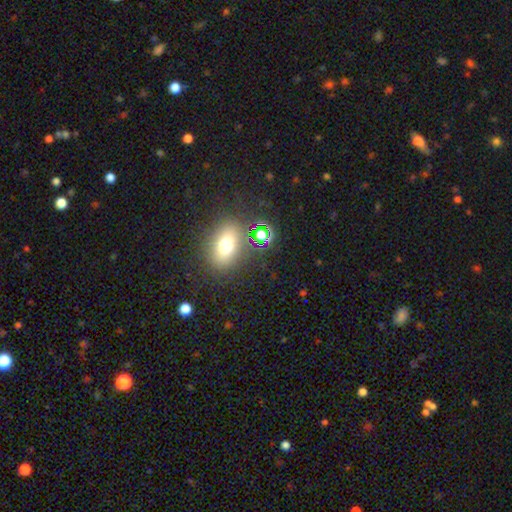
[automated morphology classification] Overall: smooth (64%). How rounded: in between (75%). Merging: none (77%).